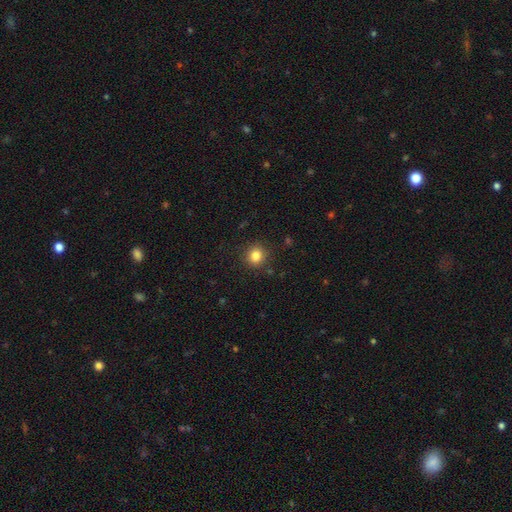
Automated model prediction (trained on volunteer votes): Morphology: type=smooth (83%); roundness=round (87%); merging=none (88%).